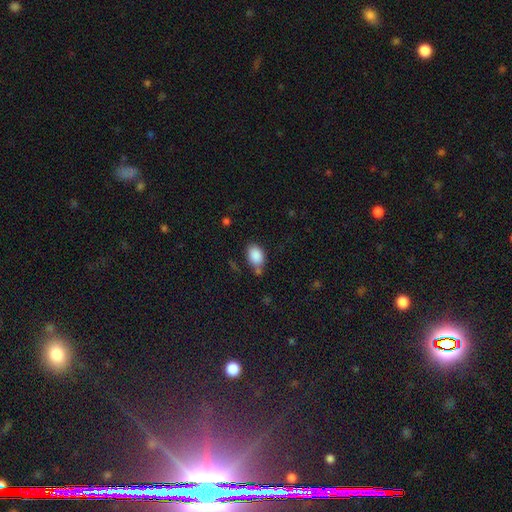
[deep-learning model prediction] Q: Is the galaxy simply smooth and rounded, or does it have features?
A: smooth — 87%.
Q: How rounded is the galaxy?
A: in between — 81%.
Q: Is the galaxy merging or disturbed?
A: none — 65%.